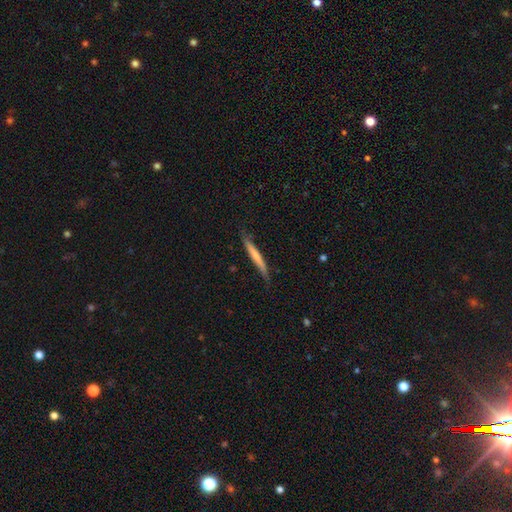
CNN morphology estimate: Smooth or featured?
  - smooth: 57% *
  - featured or disk: 38%
  - star or artifact: 5%
How rounded?
  - cigar-shaped: 95% *
  - in between: 3%
  - round: 1%
Merging?
  - none: 76% *
  - minor disturbance: 19%
  - major disturbance: 3%
  - merger: 2%